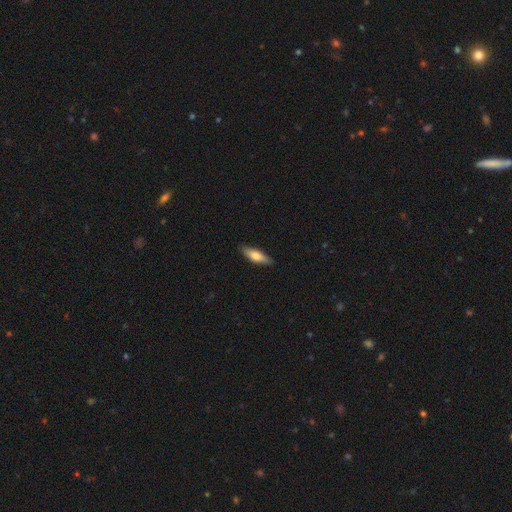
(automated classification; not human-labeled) Q: Smooth or featured?
A: smooth (70%); runner-up: featured or disk (24%)
Q: How rounded?
A: in between (51%); runner-up: cigar-shaped (47%)
Q: Merging?
A: none (85%); runner-up: minor disturbance (12%)